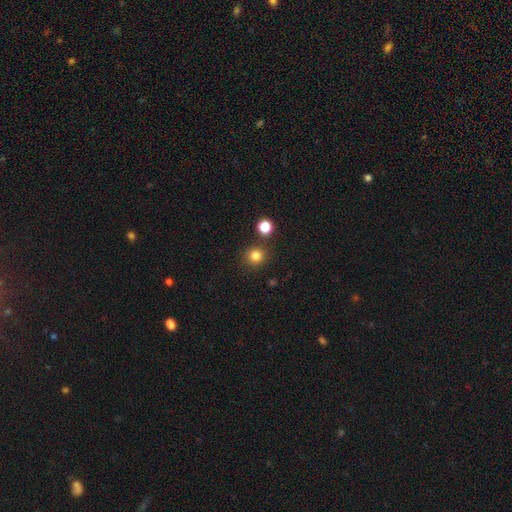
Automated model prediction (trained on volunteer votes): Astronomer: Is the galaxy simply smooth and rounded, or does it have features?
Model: smooth — 82%.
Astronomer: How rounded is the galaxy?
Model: round — 92%.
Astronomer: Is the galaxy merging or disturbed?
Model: none — 85%.